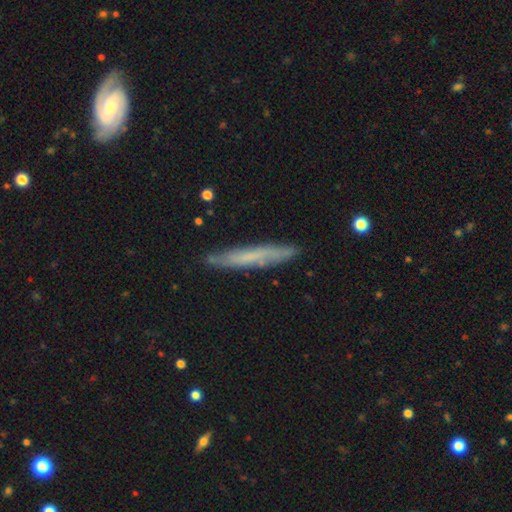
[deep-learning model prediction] This appears to be a smooth galaxy with no disk features (49%). Merging: none (82%).